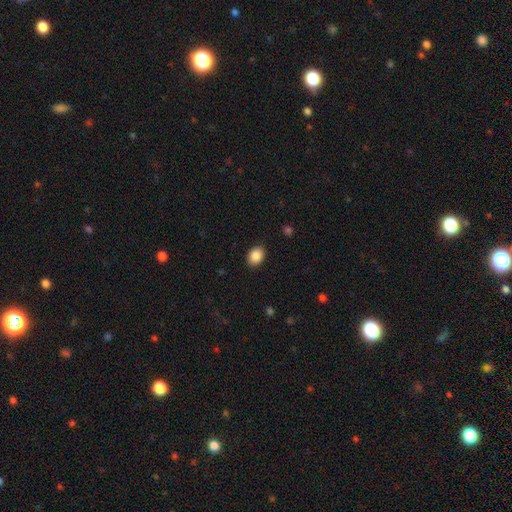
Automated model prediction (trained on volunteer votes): This appears to be a smooth galaxy with no disk features (89%) that is in between round and cigar-shaped (68%). Merging: none (89%).